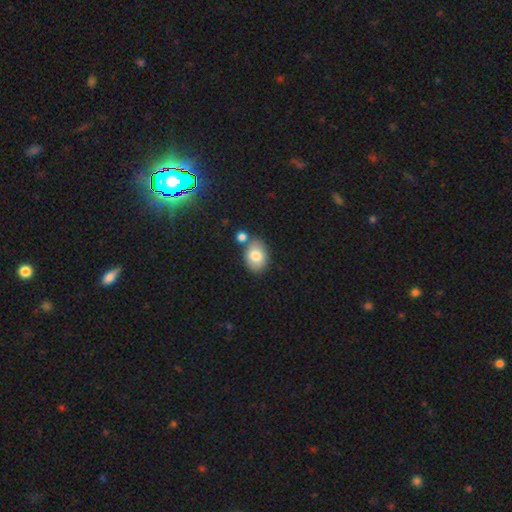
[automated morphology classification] Smooth or featured?
  - smooth: 79% *
  - featured or disk: 13%
  - star or artifact: 8%
How rounded?
  - in between: 70% *
  - round: 29%
  - cigar-shaped: 1%
Merging?
  - none: 67% *
  - merger: 18%
  - minor disturbance: 13%
  - major disturbance: 3%